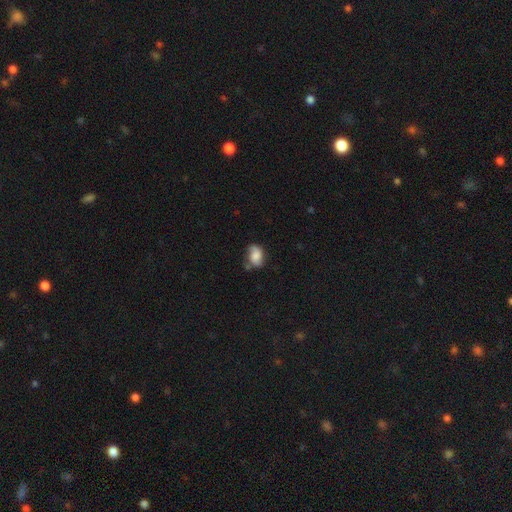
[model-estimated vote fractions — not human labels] Smooth or featured: smooth — 68% (featured or disk — 23%)
How rounded: in between — 77% (round — 21%)
Merging: none — 48% (minor disturbance — 33%)